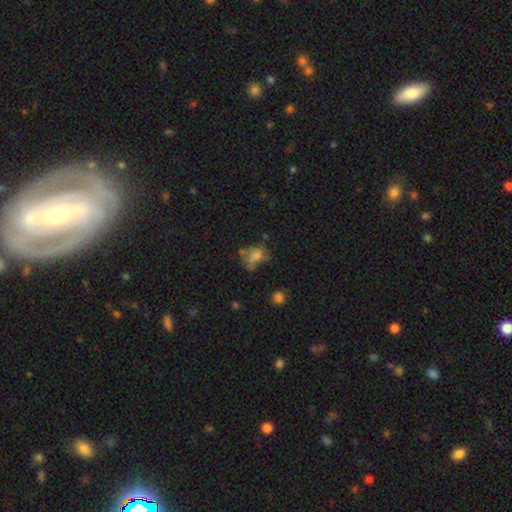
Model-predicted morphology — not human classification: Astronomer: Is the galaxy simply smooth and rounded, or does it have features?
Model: smooth — 58%.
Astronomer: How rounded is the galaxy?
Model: in between — 70%.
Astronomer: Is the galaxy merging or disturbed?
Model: none — 35% (runner-up: minor disturbance, 26%).